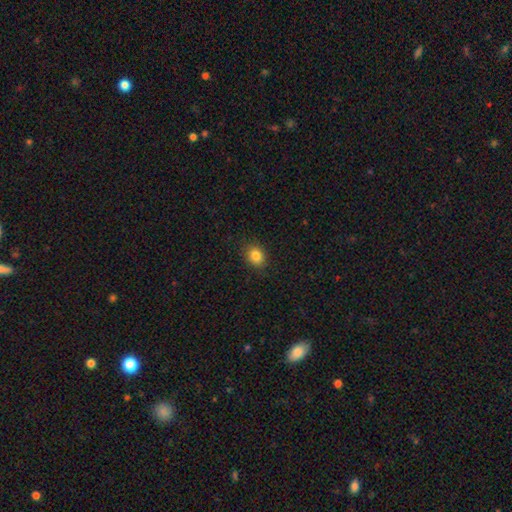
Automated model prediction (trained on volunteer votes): Overall: smooth (85%). How rounded: round (50%; in between 49%). Merging: none (87%).